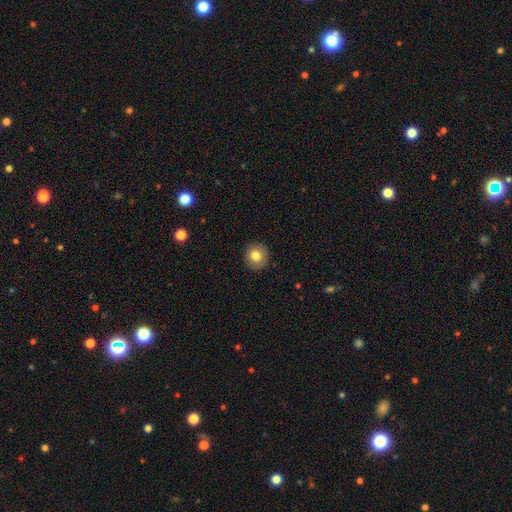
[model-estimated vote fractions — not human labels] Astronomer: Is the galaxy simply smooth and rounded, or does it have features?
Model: smooth — 81%.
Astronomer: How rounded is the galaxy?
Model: round — 92%.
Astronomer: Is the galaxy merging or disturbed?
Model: none — 91%.